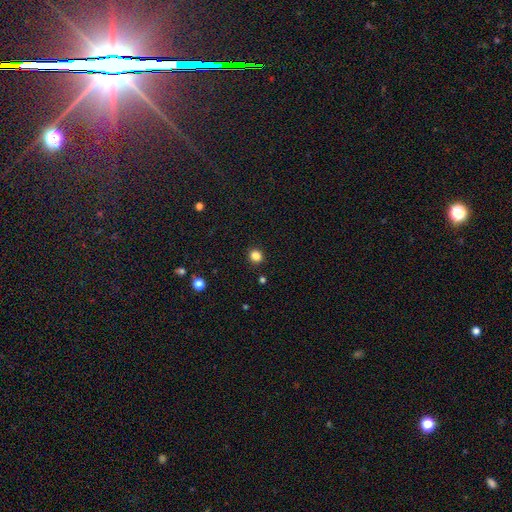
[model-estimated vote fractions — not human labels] Q: Smooth or featured?
A: smooth (83%); runner-up: star or artifact (13%)
Q: How rounded?
A: round (90%); runner-up: in between (9%)
Q: Merging?
A: none (92%); runner-up: minor disturbance (5%)